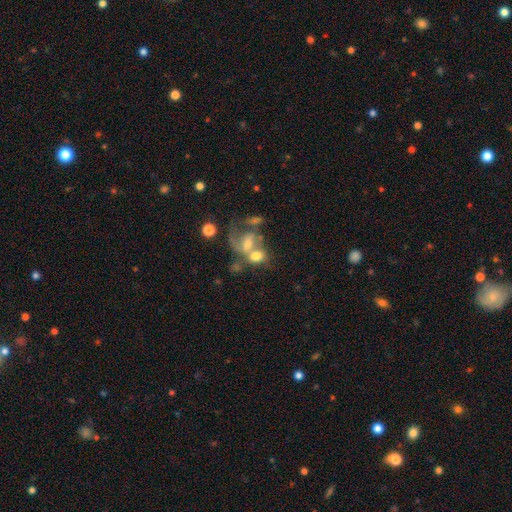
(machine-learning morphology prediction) This is possibly a smooth galaxy (49%). Merging: likely merger (63%).